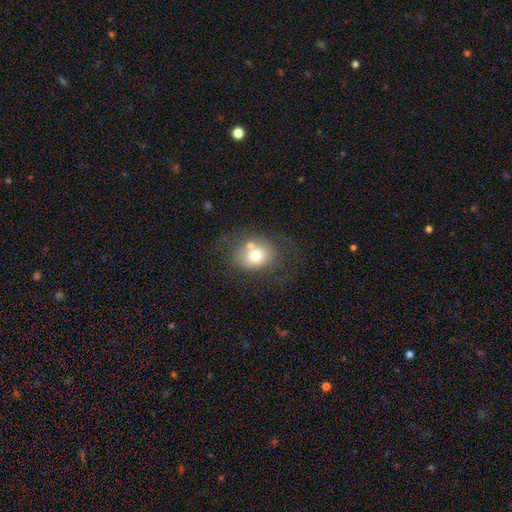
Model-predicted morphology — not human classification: Overall: smooth (69%). How rounded: round (56%; in between 43%). Merging: none (49%; merger 23%).